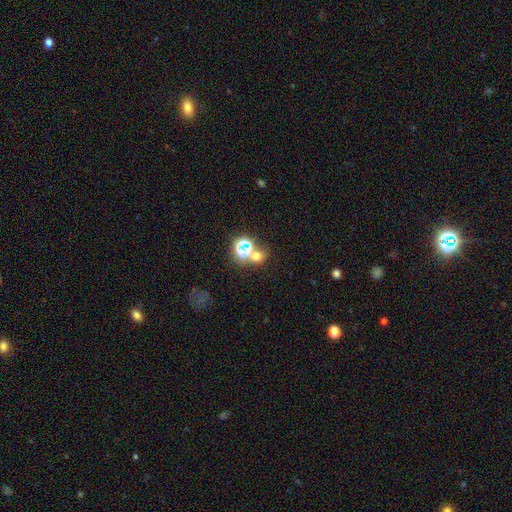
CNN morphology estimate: A smooth galaxy with no disk features (53%) that is round (75%). Merging: none (59%).